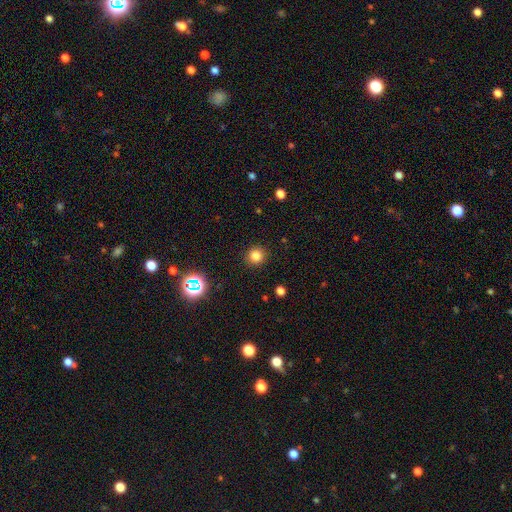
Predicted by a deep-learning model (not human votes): Smooth or featured?
  - smooth: 79% *
  - star or artifact: 16%
  - featured or disk: 5%
How rounded?
  - round: 94% *
  - in between: 5%
  - cigar-shaped: 1%
Merging?
  - none: 91% *
  - minor disturbance: 6%
  - major disturbance: 2%
  - merger: 1%